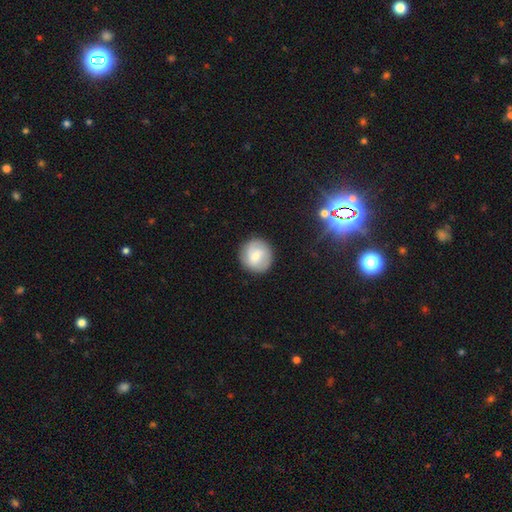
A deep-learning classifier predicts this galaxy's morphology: Overall: smooth (57%; featured or disk 35%). How rounded: round (93%). Merging: none (87%).